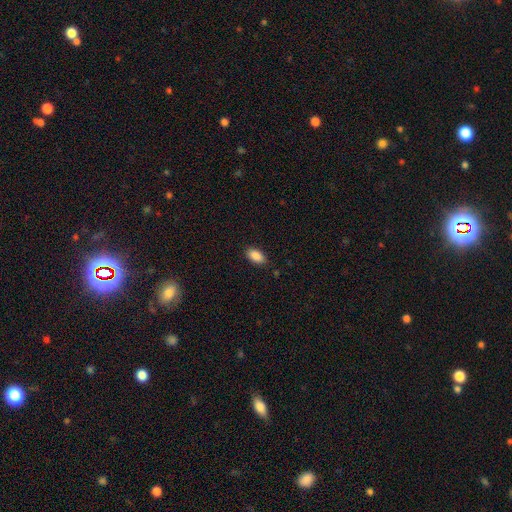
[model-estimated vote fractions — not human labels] smooth_or_featured: smooth (p=0.88) [alt: star or artifact p=0.07]
how_rounded: in between (p=0.93) [alt: round p=0.04]
merging: none (p=0.86) [alt: minor disturbance p=0.10]